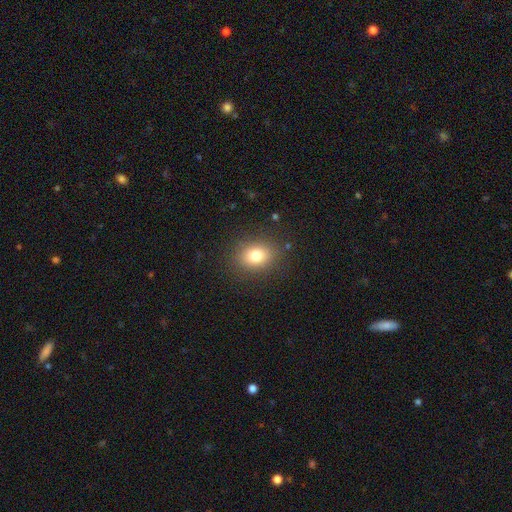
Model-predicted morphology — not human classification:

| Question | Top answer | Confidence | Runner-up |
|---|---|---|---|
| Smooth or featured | smooth | 79% | star or artifact (12%) |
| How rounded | in between | 56% | round (43%) |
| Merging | none | 86% | minor disturbance (9%) |